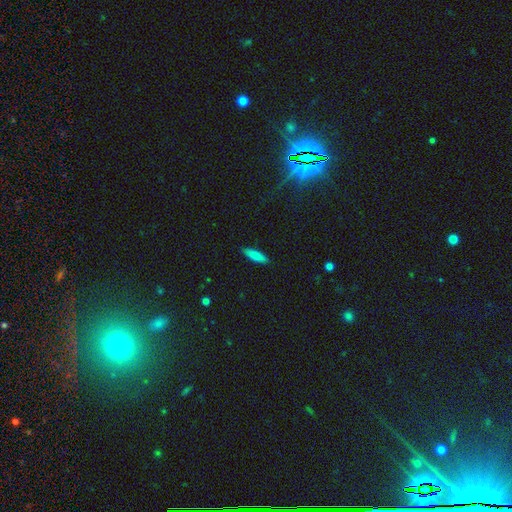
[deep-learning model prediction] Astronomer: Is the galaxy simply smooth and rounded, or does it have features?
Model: smooth — 77%.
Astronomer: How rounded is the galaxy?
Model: cigar-shaped — 62%.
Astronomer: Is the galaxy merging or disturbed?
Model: none — 89%.